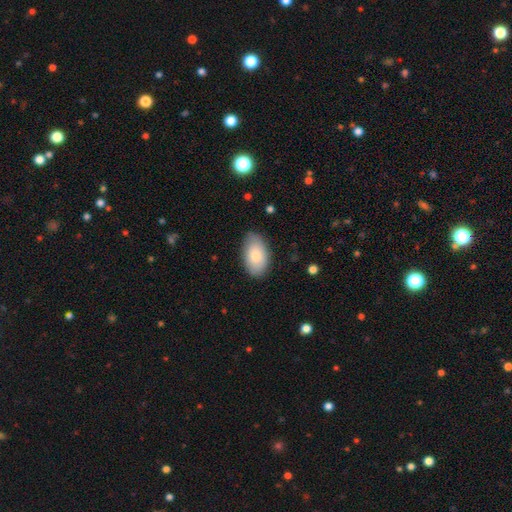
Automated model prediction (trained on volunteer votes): A smooth galaxy with no disk features (81%) that is in between round and cigar-shaped (94%).

Vote fractions:
- Smooth or featured? smooth: 81% / featured or disk: 13% / star or artifact: 6%
- How rounded? in between: 94% / round: 5% / cigar-shaped: 1%
- Merging? none: 82% / minor disturbance: 14% / major disturbance: 3% / merger: 1%